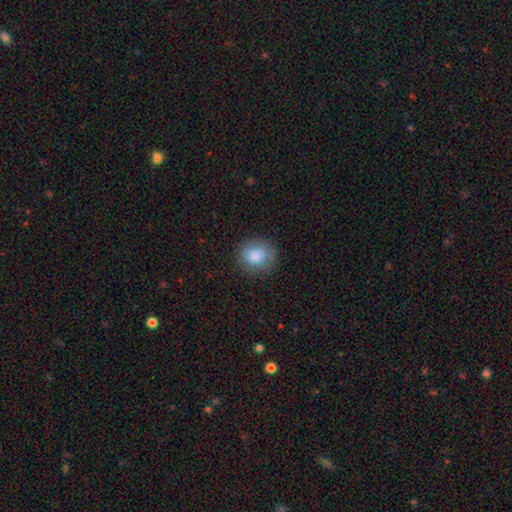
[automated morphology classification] Q: Smooth or featured?
A: smooth (85%); runner-up: star or artifact (8%)
Q: How rounded?
A: round (70%); runner-up: in between (29%)
Q: Merging?
A: none (78%); runner-up: minor disturbance (15%)